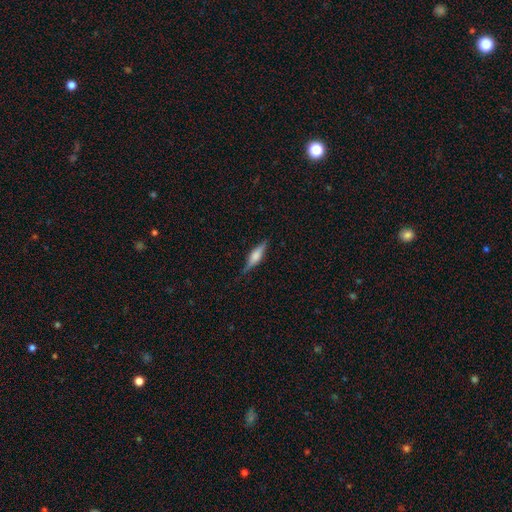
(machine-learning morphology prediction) The model was most divided on "smooth or featured": featured or disk: 54%, smooth: 39%, star or artifact: 7%. More confident: edge-on disk — yes (96%); merging — none (82%); edge-on bulge — rounded (70%).